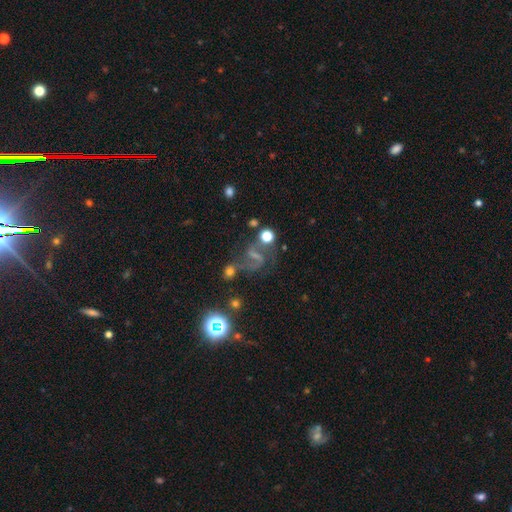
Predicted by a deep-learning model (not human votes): This is possibly a featured or disk galaxy (60%). It is clearly not viewed edge-on (97%). Bar: marginally strong (40%). Spiral arm pattern: clearly yes (84%). Central bulge: possibly none (49%). Merging: marginally none (44%).